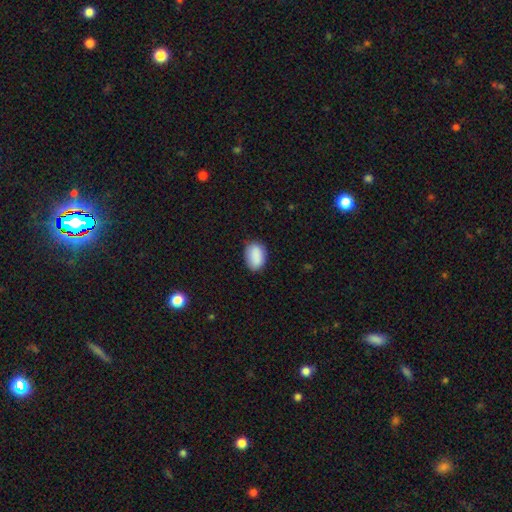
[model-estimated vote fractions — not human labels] This is clearly a smooth galaxy (89%). How rounded: clearly in between (83%). Merging: clearly none (81%).